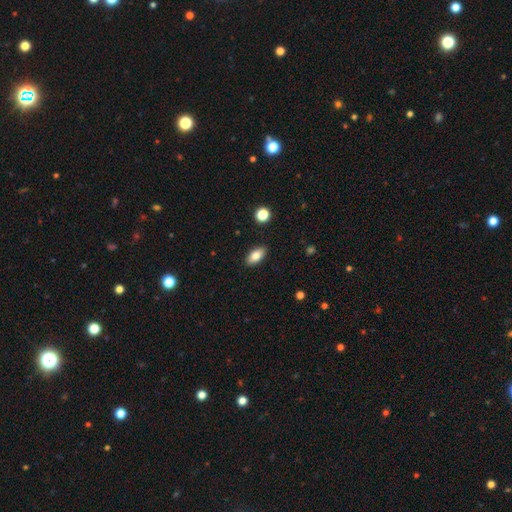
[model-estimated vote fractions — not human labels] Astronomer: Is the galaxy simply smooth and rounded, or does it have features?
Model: smooth — 81%.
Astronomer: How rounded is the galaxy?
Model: in between — 89%.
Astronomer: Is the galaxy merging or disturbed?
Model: none — 89%.